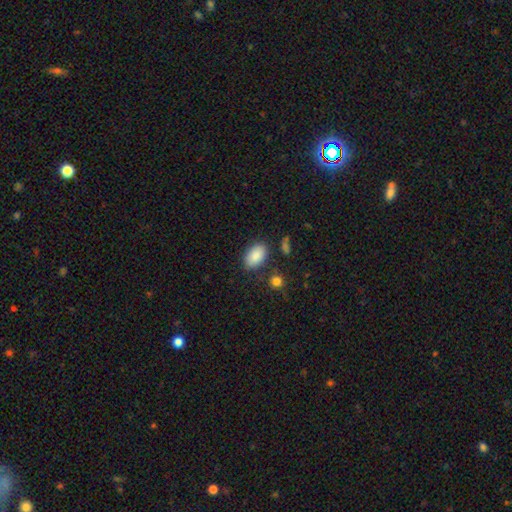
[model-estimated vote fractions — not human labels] smooth_or_featured: smooth (p=0.88) [alt: star or artifact p=0.07]
how_rounded: in between (p=0.92) [alt: round p=0.06]
merging: none (p=0.81) [alt: minor disturbance p=0.12]